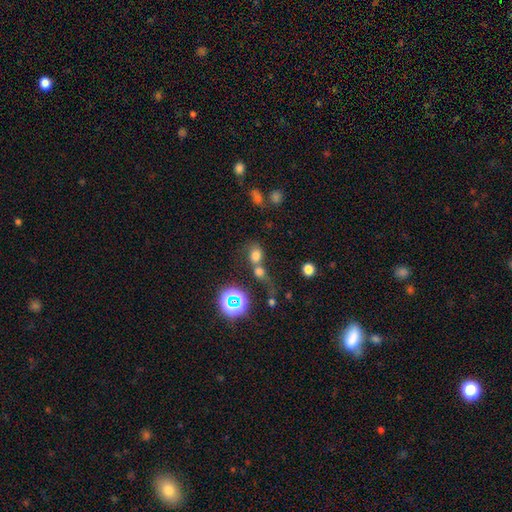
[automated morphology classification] Smooth or featured?
  - smooth: 68% *
  - star or artifact: 21%
  - featured or disk: 11%
How rounded?
  - round: 54% *
  - in between: 44%
  - cigar-shaped: 2%
Merging?
  - merger: 52% *
  - none: 32%
  - minor disturbance: 9%
  - major disturbance: 8%